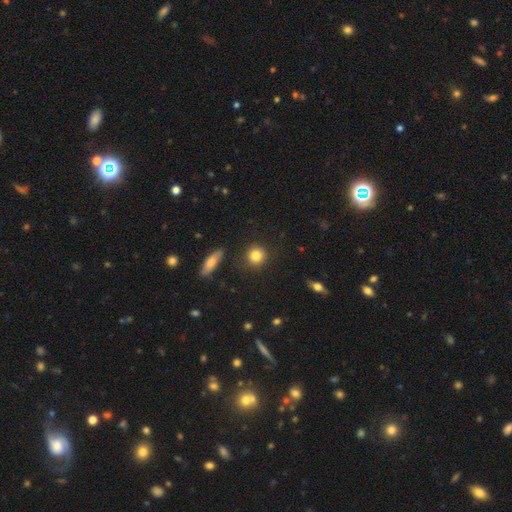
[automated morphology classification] Overall: smooth (83%). How rounded: round (88%). Merging: none (88%).